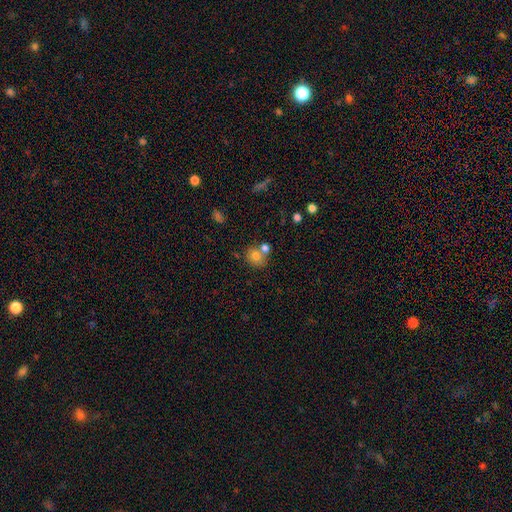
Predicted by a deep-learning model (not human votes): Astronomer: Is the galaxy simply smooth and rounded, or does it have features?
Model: smooth — 75%.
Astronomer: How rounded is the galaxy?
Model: round — 79%.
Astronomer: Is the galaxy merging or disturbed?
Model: none — 53% (runner-up: merger, 34%).